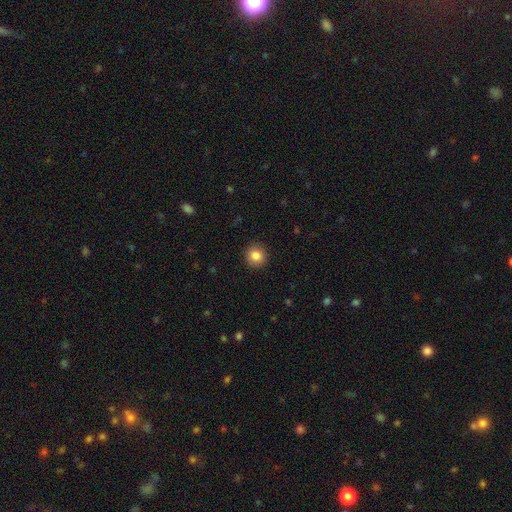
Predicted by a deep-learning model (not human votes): Smooth or featured? smooth (85%)
How rounded? round (91%)
Merging? none (92%)